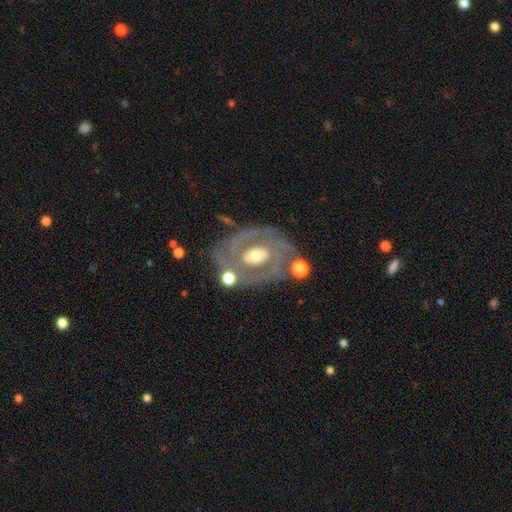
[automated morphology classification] Q: Smooth or featured?
A: featured or disk (81%); runner-up: smooth (13%)
Q: Edge-on disk?
A: no (96%); runner-up: yes (4%)
Q: Bar?
A: no (50%); runner-up: weak (34%)
Q: Spiral arms?
A: yes (72%); runner-up: no (28%)
Q: Spiral winding?
A: tight (57%); runner-up: medium (31%)
Q: Spiral arm count?
A: 2 (43%); runner-up: can't tell (31%)
Q: Bulge size?
A: moderate (67%); runner-up: small (18%)
Q: Merging?
A: none (67%); runner-up: minor disturbance (17%)